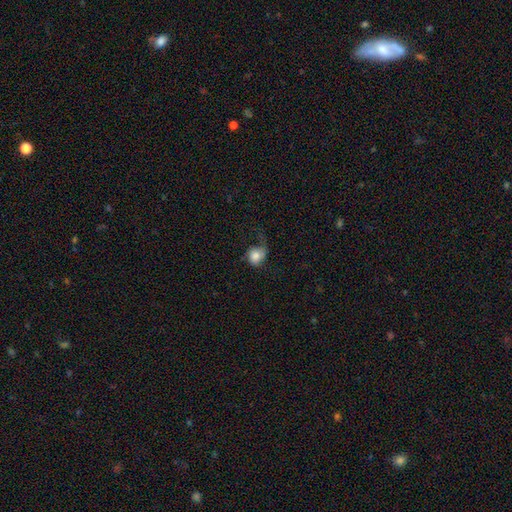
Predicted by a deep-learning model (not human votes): Morphology: type=smooth (73%); roundness=round (69%); merging=major disturbance (39%).